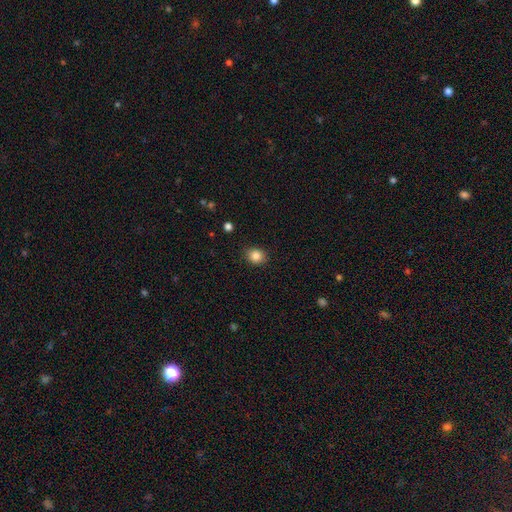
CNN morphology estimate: A smooth galaxy with no disk features (86%) that is round (67%).

Vote fractions:
- Smooth or featured? smooth: 86% / star or artifact: 10% / featured or disk: 4%
- How rounded? round: 67% / in between: 33% / cigar-shaped: 1%
- Merging? none: 88% / minor disturbance: 8% / major disturbance: 2% / merger: 1%